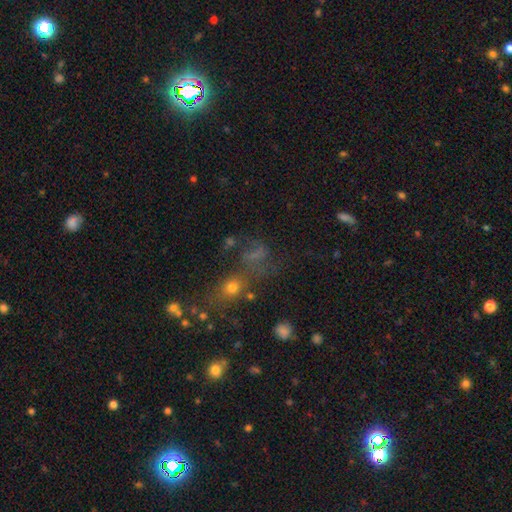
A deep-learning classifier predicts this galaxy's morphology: Overall: smooth (43%; star or artifact 35%). Merging: none (45%; major disturbance 22%).